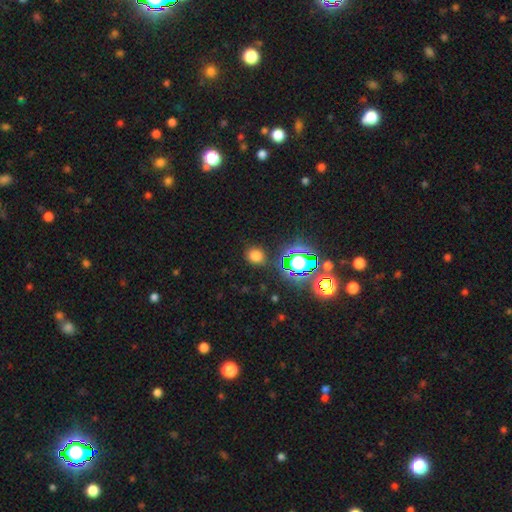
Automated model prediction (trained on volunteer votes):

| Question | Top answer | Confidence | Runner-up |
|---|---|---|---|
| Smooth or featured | smooth | 68% | star or artifact (25%) |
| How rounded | round | 71% | in between (28%) |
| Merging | none | 85% | minor disturbance (9%) |